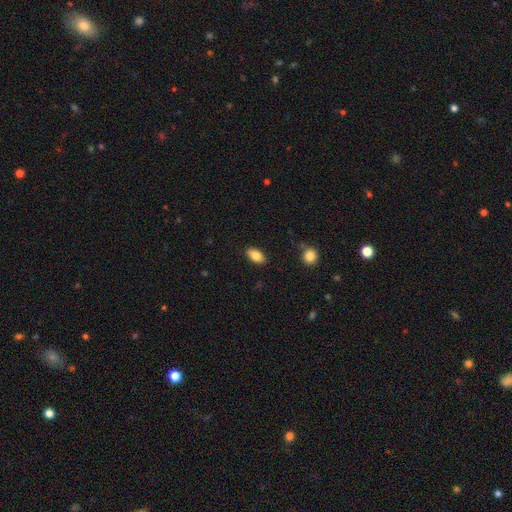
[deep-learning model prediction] A smooth galaxy with no disk features (84%) that is in between round and cigar-shaped (91%). Merging: none (87%).